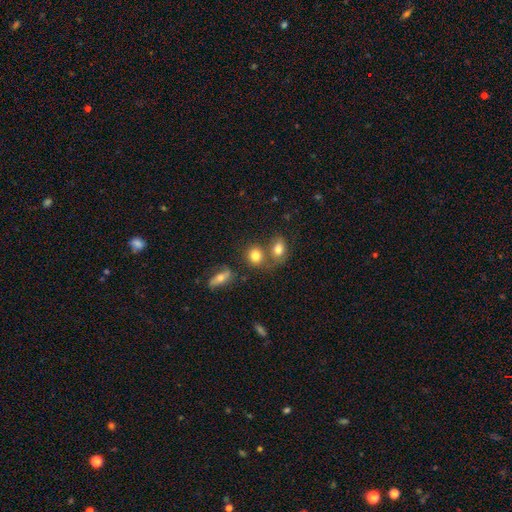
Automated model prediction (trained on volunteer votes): Smooth or featured: smooth — 79% (featured or disk — 11%)
How rounded: round — 61% (in between — 37%)
Merging: none — 49% (merger — 36%)